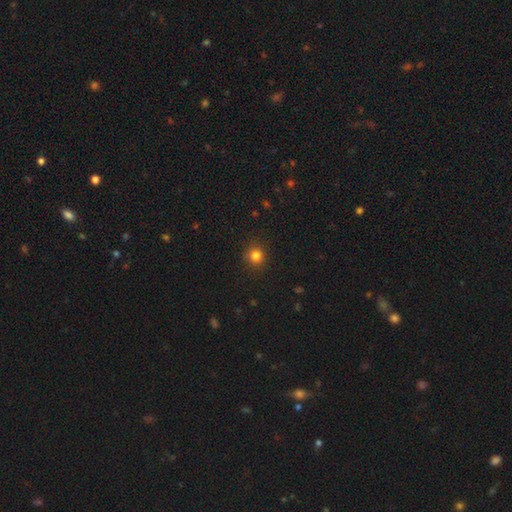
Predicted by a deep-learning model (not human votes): A smooth galaxy with no disk features (82%) that is round (91%).

Vote fractions:
- Smooth or featured? smooth: 82% / star or artifact: 13% / featured or disk: 5%
- How rounded? round: 91% / in between: 8% / cigar-shaped: 1%
- Merging? none: 90% / minor disturbance: 7% / major disturbance: 2% / merger: 1%